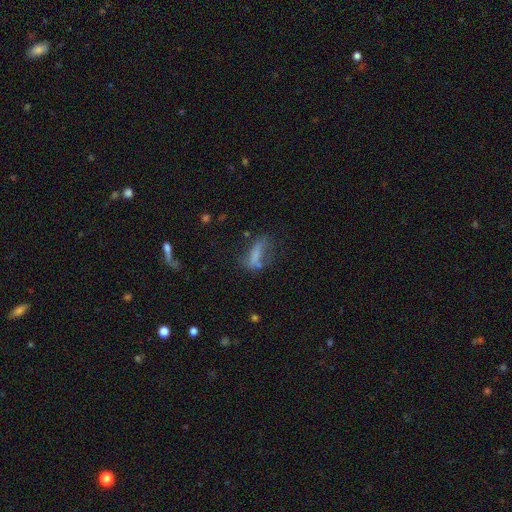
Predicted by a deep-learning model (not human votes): smooth_or_featured: smooth (p=0.62) [alt: featured or disk p=0.24]
how_rounded: in between (p=0.49) [alt: cigar-shaped p=0.47]
merging: none (p=0.41) [alt: major disturbance p=0.27]